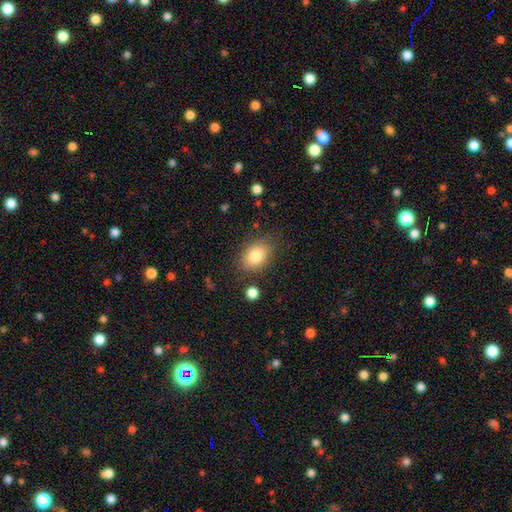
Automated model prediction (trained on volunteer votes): This appears to be a smooth galaxy with no disk features (83%) that is in between round and cigar-shaped (79%). Merging: none (80%).